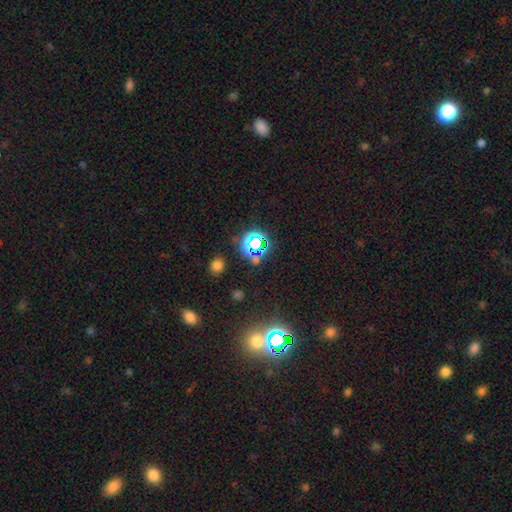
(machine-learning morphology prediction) type=star or artifact (71%).